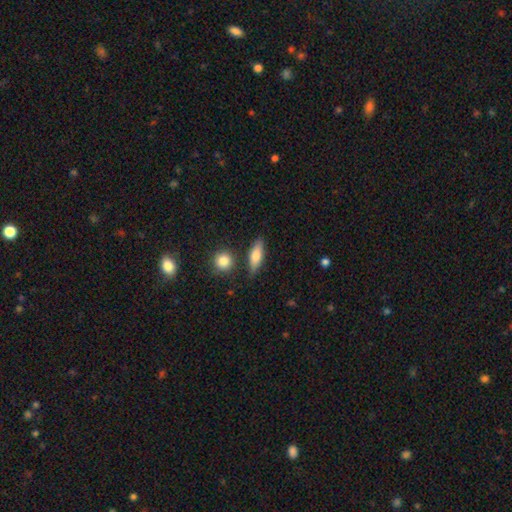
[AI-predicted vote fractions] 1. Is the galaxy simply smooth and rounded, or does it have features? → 72% smooth, 21% featured or disk, 7% star or artifact.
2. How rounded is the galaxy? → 56% in between, 39% cigar-shaped, 5% round.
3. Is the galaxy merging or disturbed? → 78% none, 13% minor disturbance, 6% merger, 3% major disturbance.